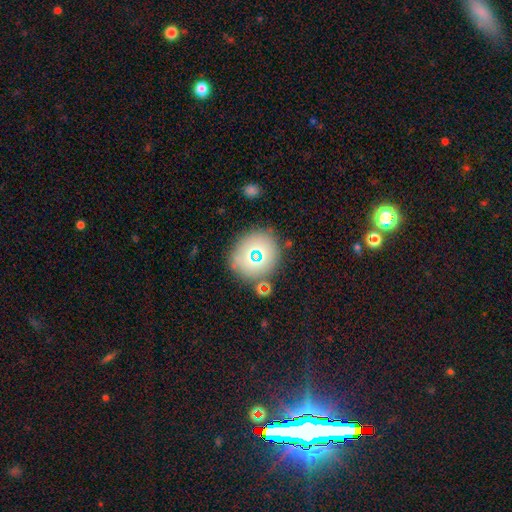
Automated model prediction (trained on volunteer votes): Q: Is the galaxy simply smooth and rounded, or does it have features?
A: smooth — 59%.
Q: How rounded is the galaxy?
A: round — 83%.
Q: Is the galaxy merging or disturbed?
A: none — 79%.